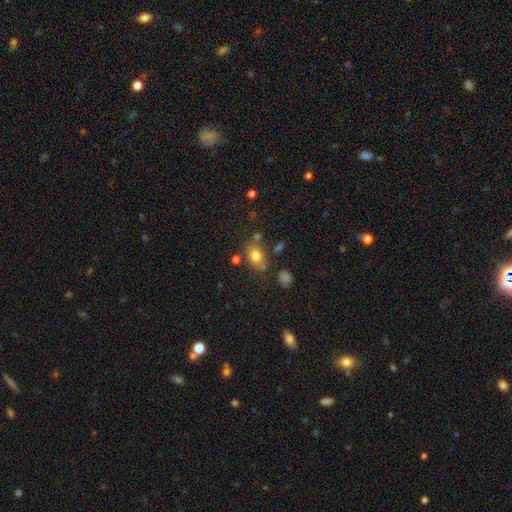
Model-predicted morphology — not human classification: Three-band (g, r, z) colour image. It shows a smooth galaxy with no disk features (78%) that is in between round and cigar-shaped (70%). Merging: none (70%).